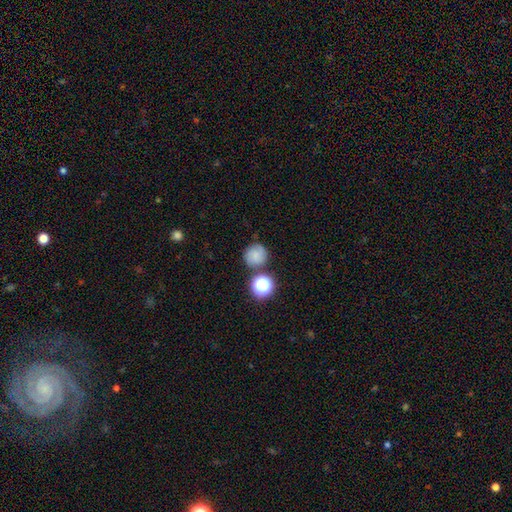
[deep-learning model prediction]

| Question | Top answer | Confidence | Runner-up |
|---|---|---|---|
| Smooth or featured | smooth | 63% | featured or disk (23%) |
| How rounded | round | 89% | in between (10%) |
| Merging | none | 74% | minor disturbance (12%) |